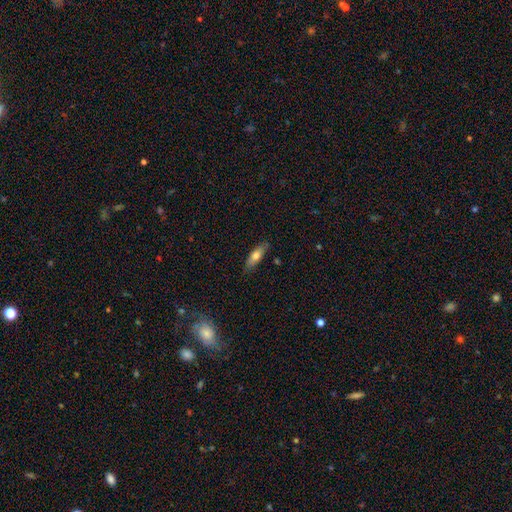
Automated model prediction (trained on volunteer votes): Smooth or featured: smooth — 67% (featured or disk — 26%)
How rounded: in between — 51% (cigar-shaped — 47%)
Merging: none — 84% (minor disturbance — 13%)